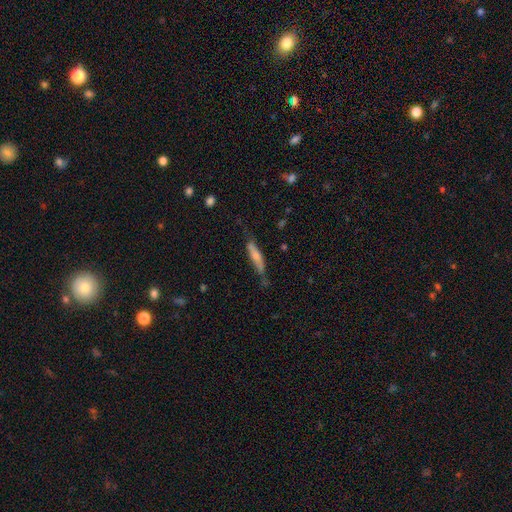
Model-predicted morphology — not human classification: smooth_or_featured: smooth (p=0.60) [alt: featured or disk p=0.34]
how_rounded: cigar-shaped (p=0.83) [alt: in between p=0.15]
merging: none (p=0.58) [alt: minor disturbance p=0.28]